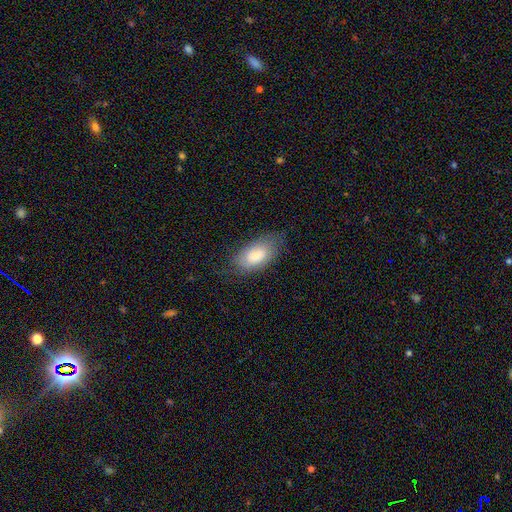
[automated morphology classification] Smooth or featured?
  - smooth: 77% *
  - featured or disk: 16%
  - star or artifact: 6%
How rounded?
  - in between: 93% *
  - cigar-shaped: 4%
  - round: 3%
Merging?
  - none: 68% *
  - minor disturbance: 22%
  - major disturbance: 8%
  - merger: 1%